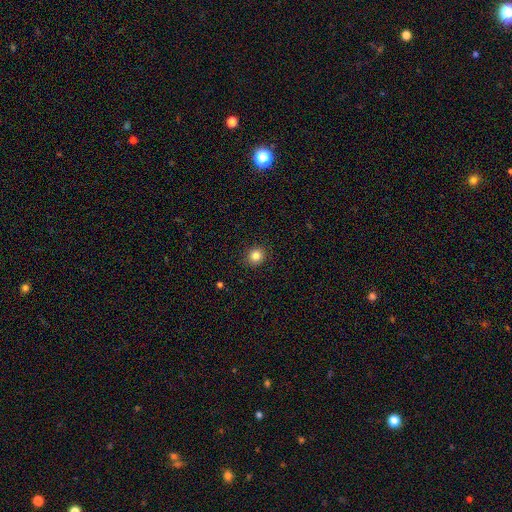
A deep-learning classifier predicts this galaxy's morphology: smooth-or-featured: smooth: 84% | star or artifact: 11% | featured or disk: 5%
  how-rounded: round: 82% | in between: 17% | cigar-shaped: 1%
  merging: none: 91% | minor disturbance: 6% | major disturbance: 2% | merger: 1%